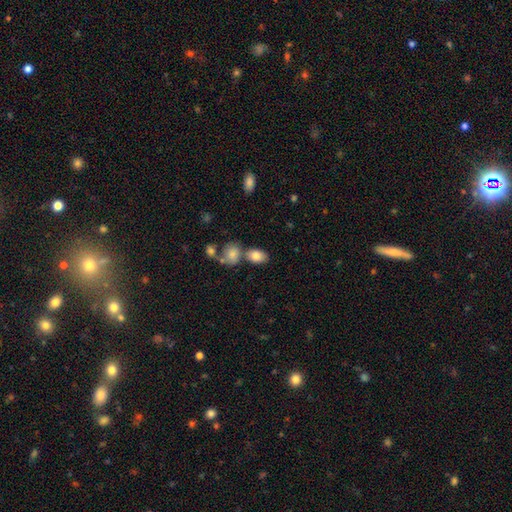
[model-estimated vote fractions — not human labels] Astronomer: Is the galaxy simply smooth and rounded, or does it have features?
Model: smooth — 83%.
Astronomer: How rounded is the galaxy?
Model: in between — 83%.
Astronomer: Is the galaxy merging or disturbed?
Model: none — 56%.